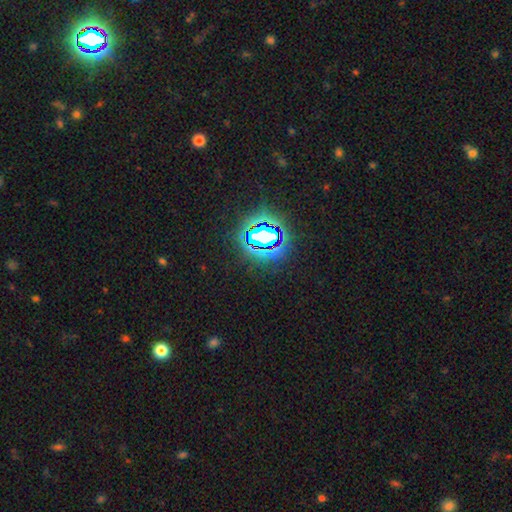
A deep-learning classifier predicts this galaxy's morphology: Smooth or featured? star or artifact (84%)